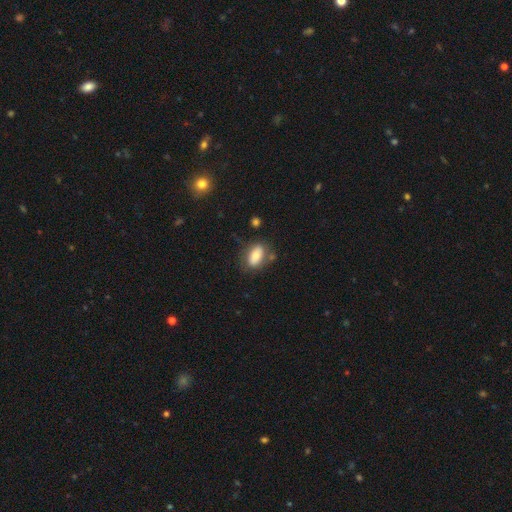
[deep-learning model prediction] smooth-or-featured: smooth: 74% | featured or disk: 18% | star or artifact: 7%
  how-rounded: in between: 87% | cigar-shaped: 7% | round: 6%
  merging: none: 68% | minor disturbance: 18% | merger: 7% | major disturbance: 7%